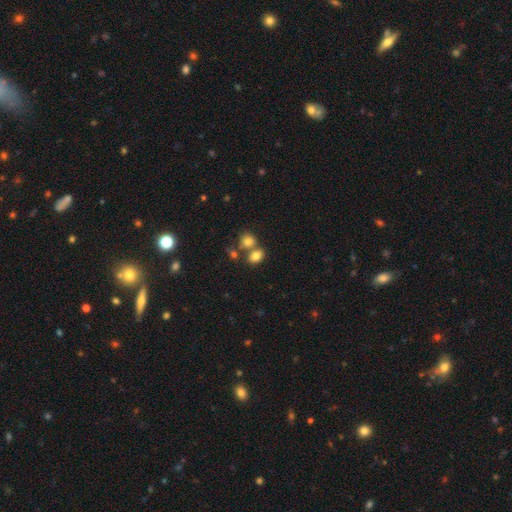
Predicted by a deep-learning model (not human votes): Smooth or featured? Predicted: smooth (p=0.80). How rounded? Predicted: in between (p=0.71). Merging? Predicted: none (p=0.48).